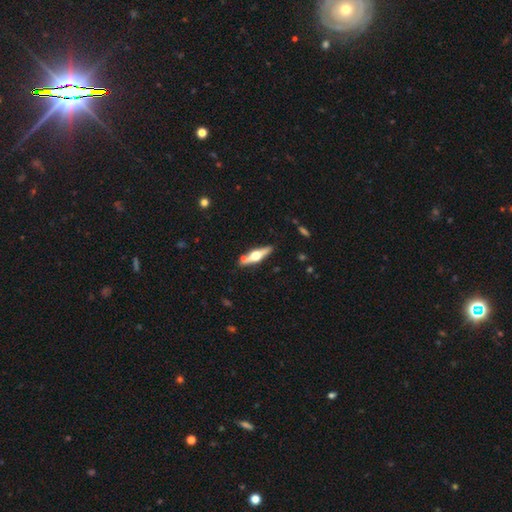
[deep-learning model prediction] smooth-or-featured: featured or disk: 69% | smooth: 26% | star or artifact: 5%
  disk-edge-on: yes: 95% | no: 5%
    edge-on-bulge: rounded: 96% | boxy: 3% | none: 2%
  merging: none: 82% | minor disturbance: 11% | merger: 5% | major disturbance: 2%